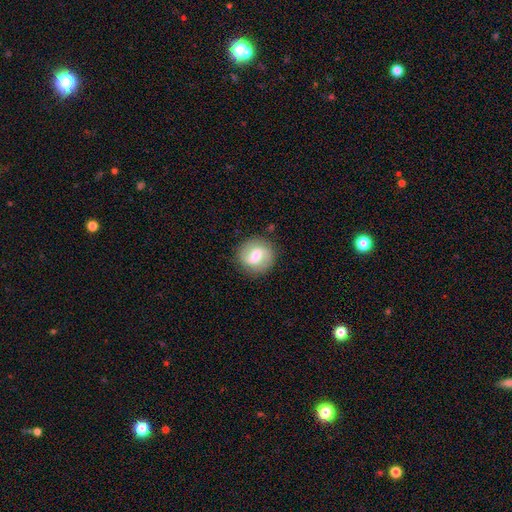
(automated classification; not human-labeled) Q: Smooth or featured?
A: featured or disk (54%); runner-up: smooth (39%)
Q: Edge-on disk?
A: no (97%); runner-up: yes (3%)
Q: Bar?
A: weak (54%); runner-up: strong (25%)
Q: Spiral arms?
A: yes (83%); runner-up: no (17%)
Q: Bulge size?
A: moderate (57%); runner-up: small (28%)
Q: Merging?
A: none (85%); runner-up: minor disturbance (10%)